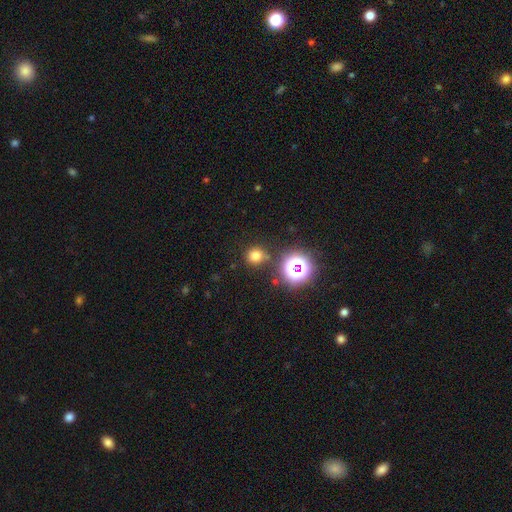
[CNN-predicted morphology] Smooth or featured? Predicted: smooth (p=0.71). How rounded? Predicted: round (p=0.90). Merging? Predicted: none (p=0.82).